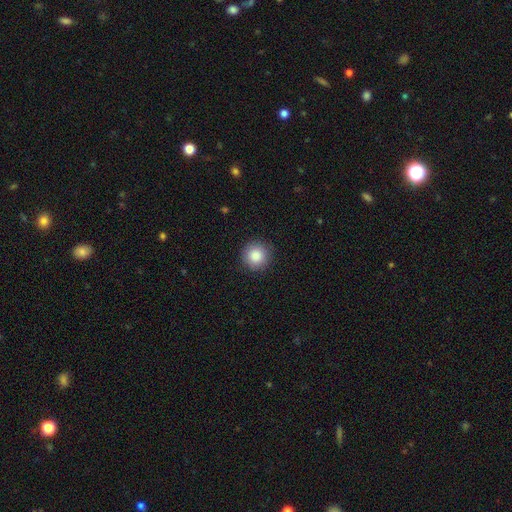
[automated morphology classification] Smooth or featured?
  - smooth: 87% *
  - star or artifact: 9%
  - featured or disk: 5%
How rounded?
  - round: 95% *
  - in between: 4%
  - cigar-shaped: 1%
Merging?
  - none: 90% *
  - minor disturbance: 7%
  - major disturbance: 2%
  - merger: 1%